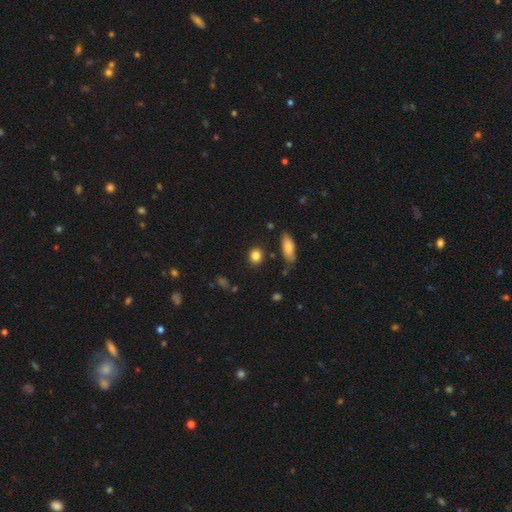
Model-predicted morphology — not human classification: smooth_or_featured: smooth (p=0.84) [alt: star or artifact p=0.10]
how_rounded: round (p=0.68) [alt: in between p=0.29]
merging: none (p=0.85) [alt: minor disturbance p=0.09]